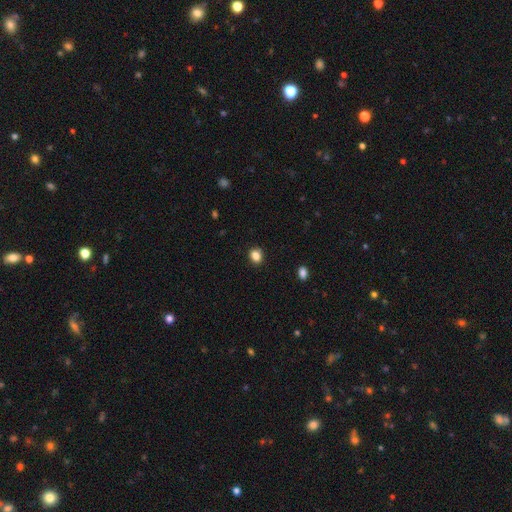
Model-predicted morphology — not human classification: Smooth or featured? smooth (85%)
How rounded? round (59%)
Merging? none (88%)